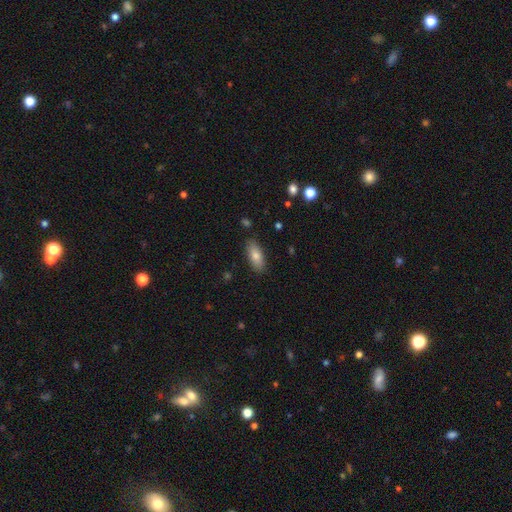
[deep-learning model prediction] smooth_or_featured: smooth (p=0.80) [alt: featured or disk p=0.13]
how_rounded: in between (p=0.79) [alt: cigar-shaped p=0.19]
merging: none (p=0.87) [alt: minor disturbance p=0.10]